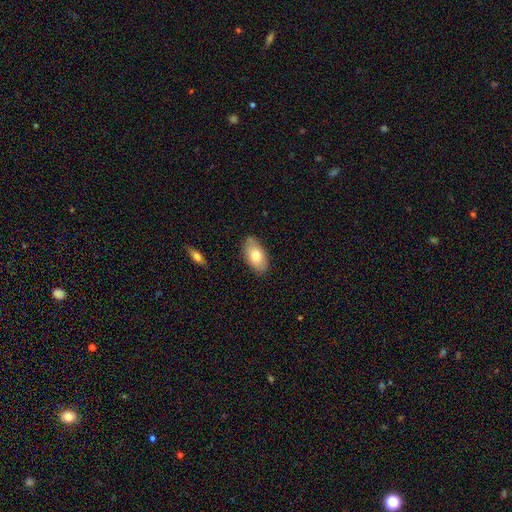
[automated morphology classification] Smooth or featured? smooth (75%)
How rounded? in between (93%)
Merging? none (83%)